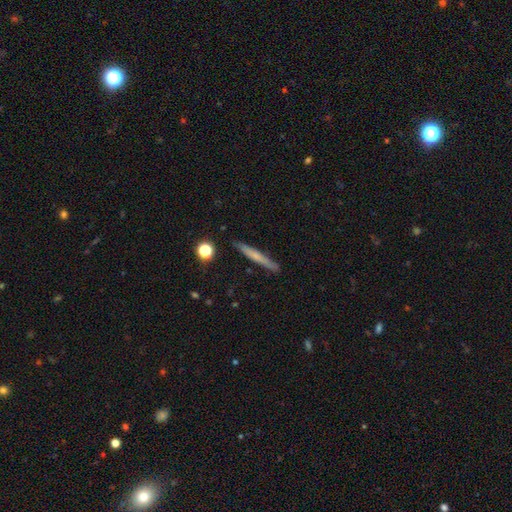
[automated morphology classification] Overall: smooth (54%; featured or disk 39%). How rounded: cigar-shaped (95%). Merging: none (89%).